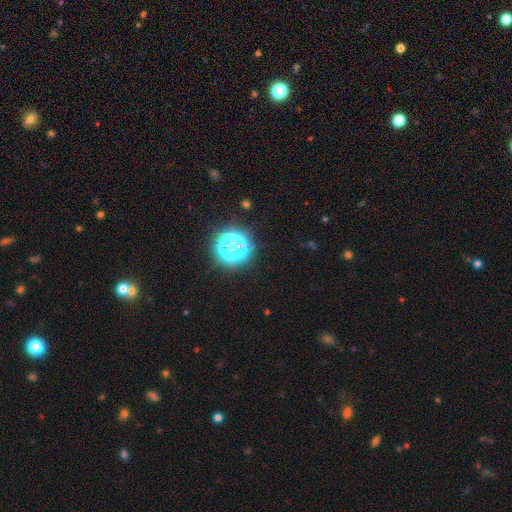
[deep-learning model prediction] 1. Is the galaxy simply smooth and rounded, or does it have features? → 75% star or artifact, 19% smooth, 6% featured or disk.